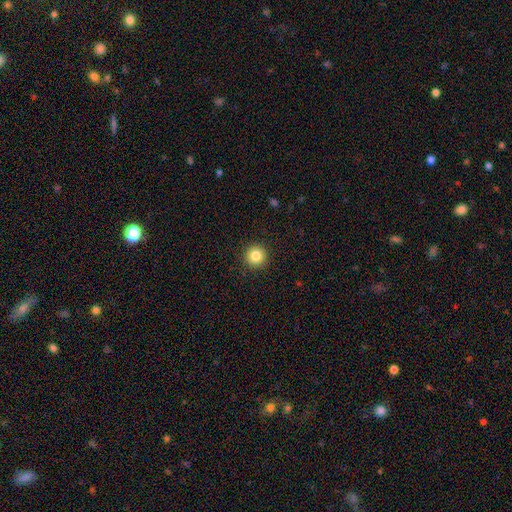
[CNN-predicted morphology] Smooth or featured: smooth — 84% (star or artifact — 10%)
How rounded: round — 95% (in between — 4%)
Merging: none — 92% (minor disturbance — 5%)